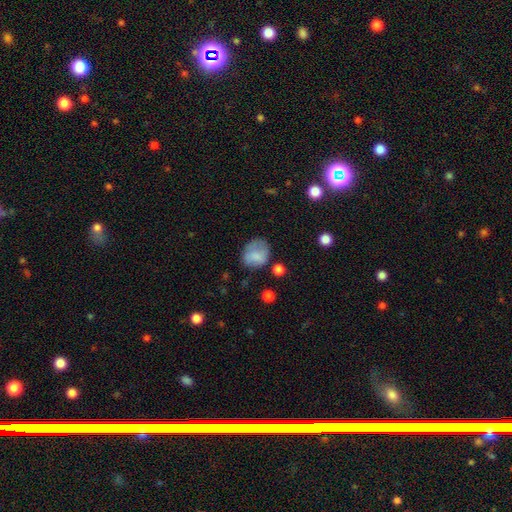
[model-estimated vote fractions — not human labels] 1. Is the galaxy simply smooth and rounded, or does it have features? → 77% smooth, 14% featured or disk, 9% star or artifact.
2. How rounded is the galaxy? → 54% round, 45% in between, 1% cigar-shaped.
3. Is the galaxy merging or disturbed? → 54% none, 28% minor disturbance, 14% major disturbance, 4% merger.